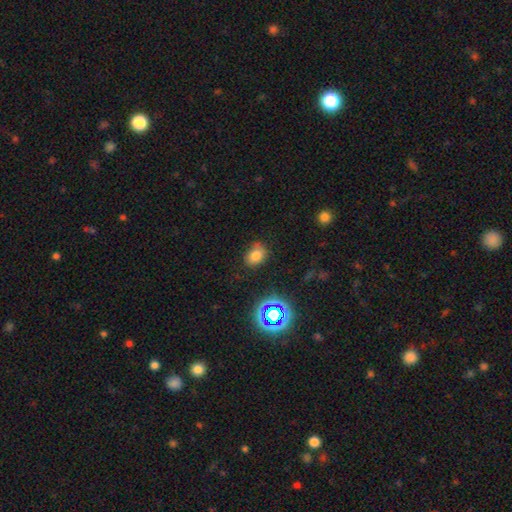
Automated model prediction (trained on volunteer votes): Morphology: type=smooth (74%); roundness=in between (64%); merging=none (71%).